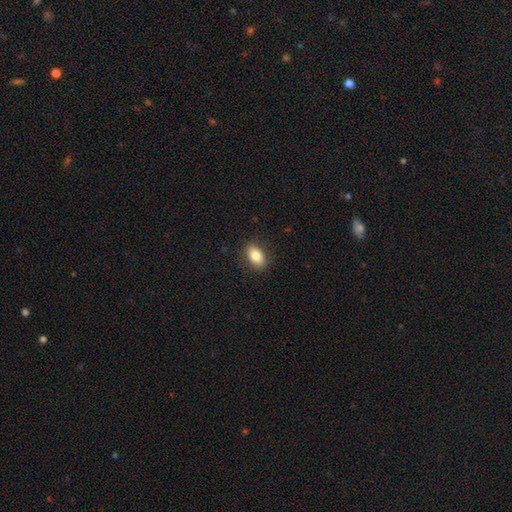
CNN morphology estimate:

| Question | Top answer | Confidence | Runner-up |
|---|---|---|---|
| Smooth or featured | smooth | 82% | featured or disk (10%) |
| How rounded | in between | 87% | round (10%) |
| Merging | none | 87% | minor disturbance (9%) |